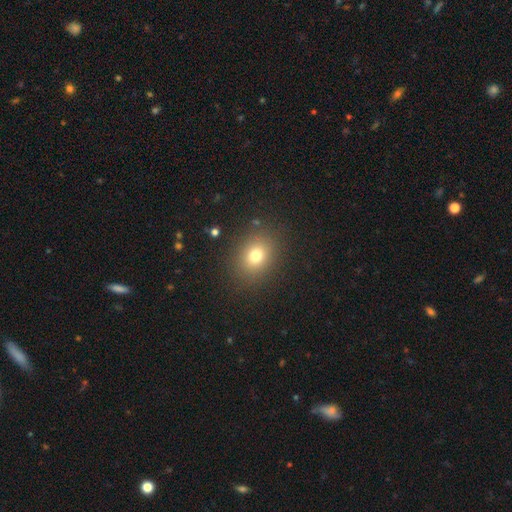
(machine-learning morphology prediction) Smooth or featured?
  - smooth: 75% *
  - star or artifact: 15%
  - featured or disk: 10%
How rounded?
  - round: 55% *
  - in between: 44%
  - cigar-shaped: 1%
Merging?
  - none: 86% *
  - minor disturbance: 9%
  - major disturbance: 4%
  - merger: 1%